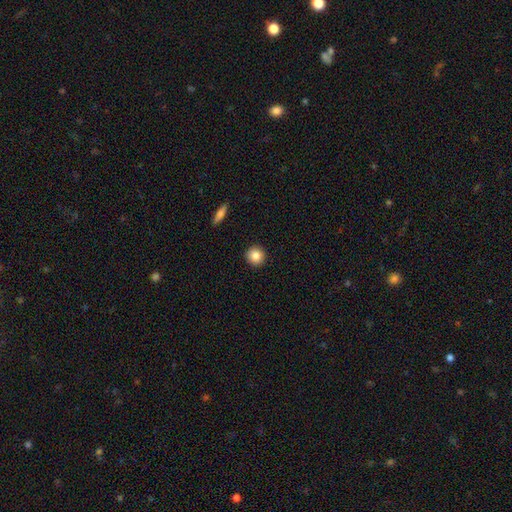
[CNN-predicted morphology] This appears to be a smooth galaxy with no disk features (85%) that is round (93%). Merging: none (92%).